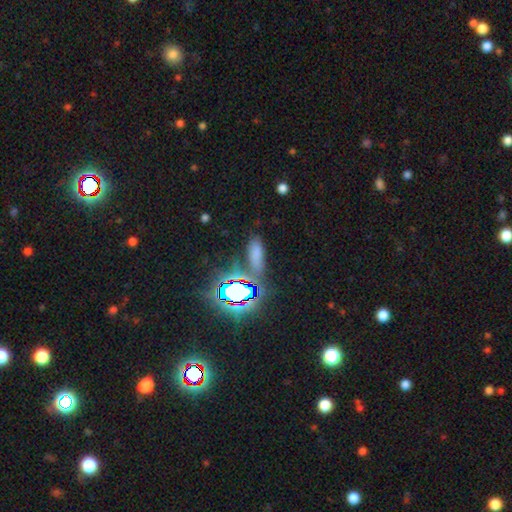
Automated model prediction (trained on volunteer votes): Overall: smooth (57%; star or artifact 33%). How rounded: in between (64%; cigar-shaped 29%). Merging: none (69%).